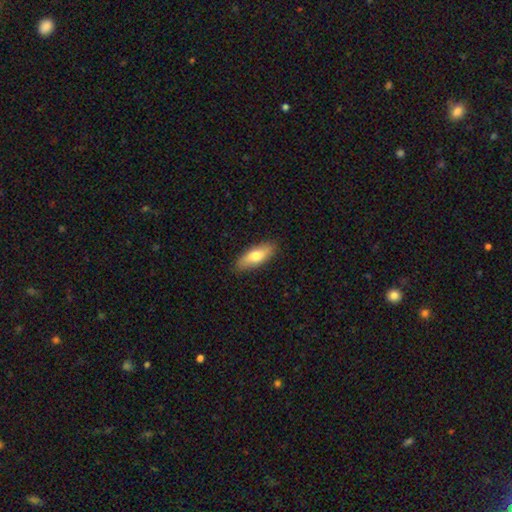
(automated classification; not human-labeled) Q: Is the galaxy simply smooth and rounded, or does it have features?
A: smooth — 71%.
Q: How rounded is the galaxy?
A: in between — 65%.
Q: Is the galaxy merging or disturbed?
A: none — 87%.